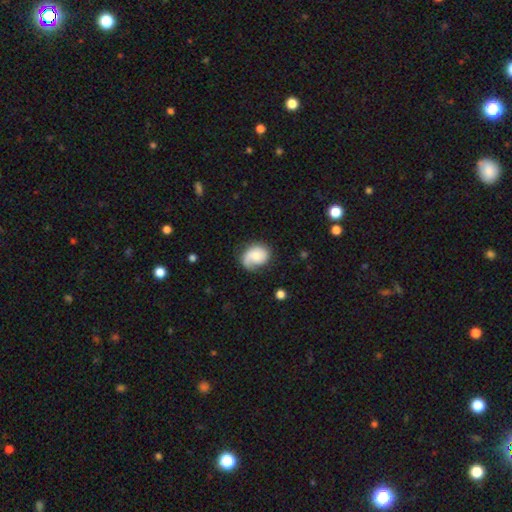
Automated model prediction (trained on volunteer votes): Q: Smooth or featured?
A: featured or disk (52%); runner-up: smooth (41%)
Q: Edge-on disk?
A: no (97%); runner-up: yes (3%)
Q: Bar?
A: no (73%); runner-up: weak (24%)
Q: Spiral arms?
A: yes (87%); runner-up: no (13%)
Q: Bulge size?
A: moderate (45%); runner-up: small (41%)
Q: Merging?
A: none (57%); runner-up: minor disturbance (26%)